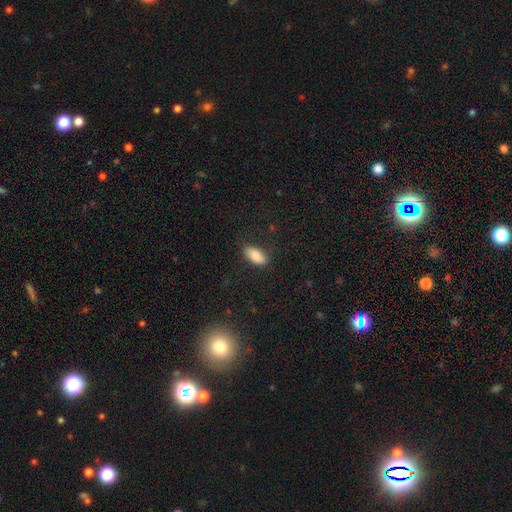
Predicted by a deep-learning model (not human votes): A smooth galaxy with no disk features (84%) that is in between round and cigar-shaped (90%).

Vote fractions:
- Smooth or featured? smooth: 84% / featured or disk: 9% / star or artifact: 7%
- How rounded? in between: 90% / cigar-shaped: 7% / round: 3%
- Merging? none: 80% / minor disturbance: 15% / major disturbance: 4% / merger: 1%